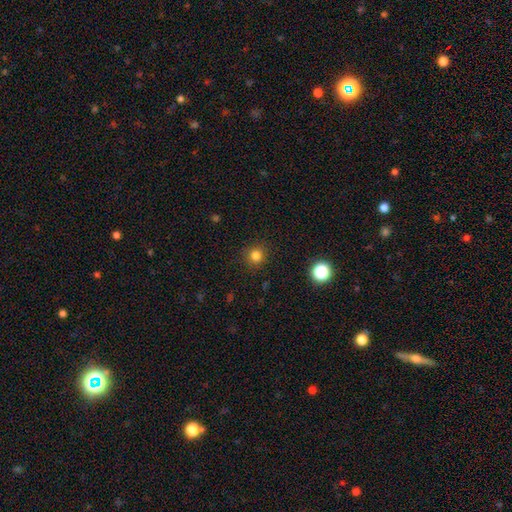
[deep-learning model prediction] smooth_or_featured: smooth (p=0.80) [alt: star or artifact p=0.15]
how_rounded: round (p=0.92) [alt: in between p=0.07]
merging: none (p=0.90) [alt: minor disturbance p=0.07]